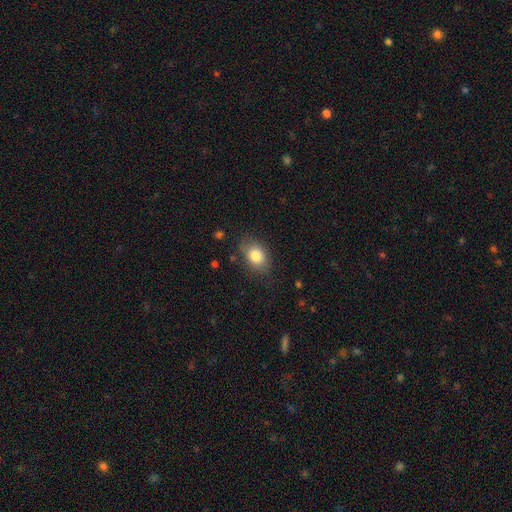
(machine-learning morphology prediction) Smooth or featured: smooth — 82% (featured or disk — 9%)
How rounded: in between — 73% (round — 26%)
Merging: none — 75% (minor disturbance — 19%)